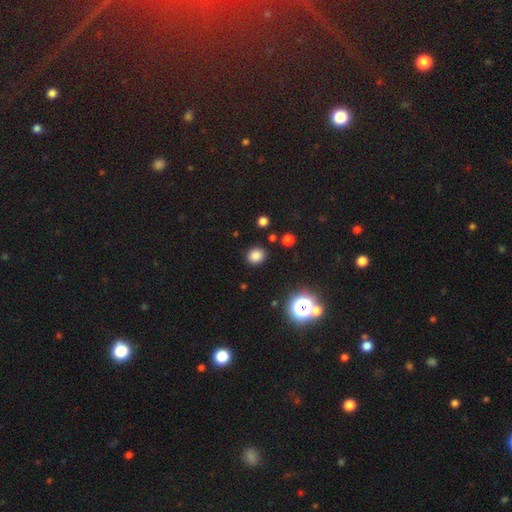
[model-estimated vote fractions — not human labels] Smooth or featured: smooth — 81% (star or artifact — 15%)
How rounded: round — 72% (in between — 27%)
Merging: none — 88% (minor disturbance — 7%)